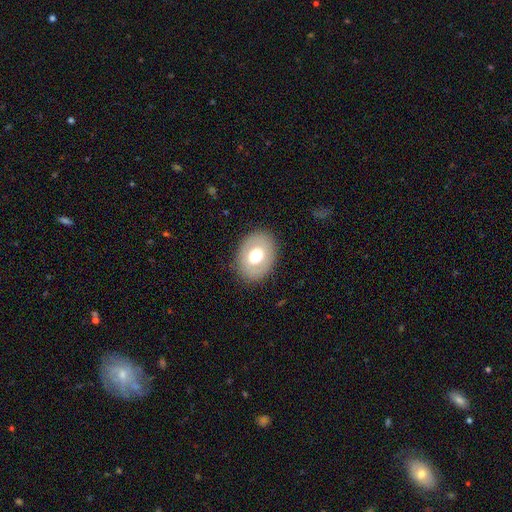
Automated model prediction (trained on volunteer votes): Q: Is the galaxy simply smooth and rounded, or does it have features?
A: smooth — 61%.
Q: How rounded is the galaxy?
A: in between — 64%.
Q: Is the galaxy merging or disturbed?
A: none — 85%.